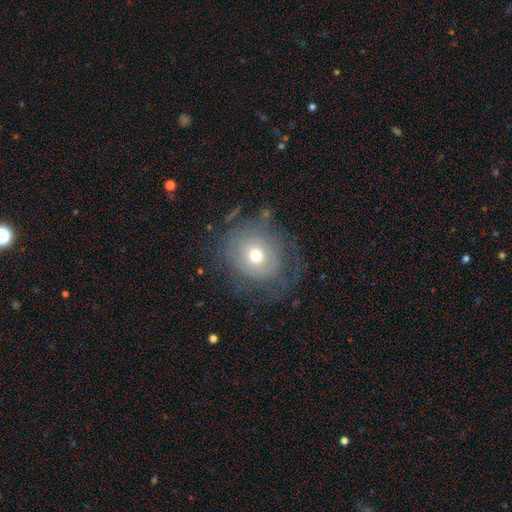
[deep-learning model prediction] Smooth or featured? Predicted: smooth (p=0.52). How rounded? Predicted: round (p=0.78). Merging? Predicted: none (p=0.59).